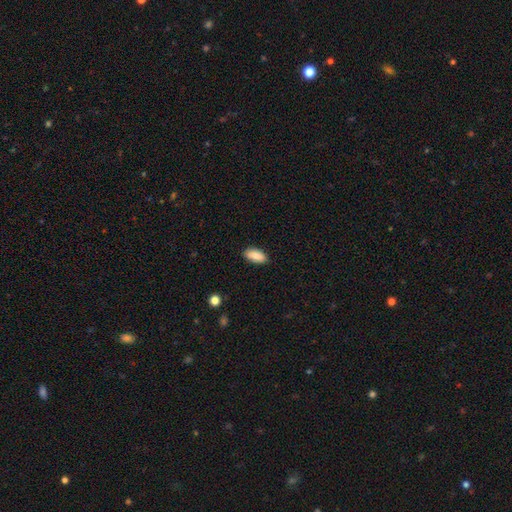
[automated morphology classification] type=smooth (88%); roundness=in between (91%); merging=none (87%).